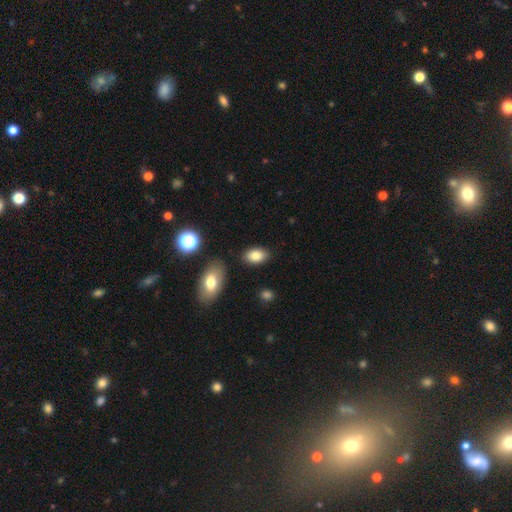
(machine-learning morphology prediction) This is clearly a smooth galaxy (82%). How rounded: clearly in between (90%). Merging: clearly none (86%).